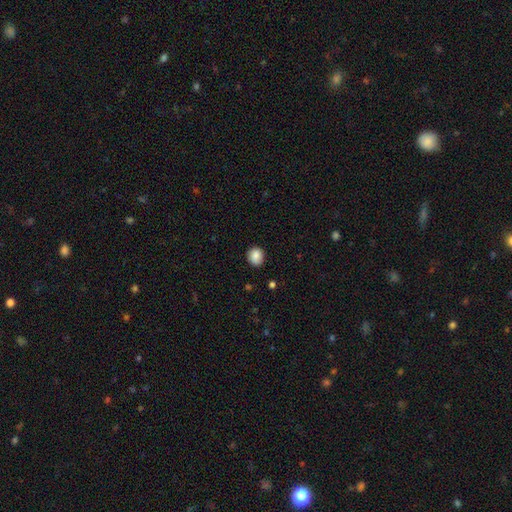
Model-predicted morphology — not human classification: smooth_or_featured: smooth (p=0.87) [alt: star or artifact p=0.09]
how_rounded: round (p=0.77) [alt: in between p=0.22]
merging: none (p=0.83) [alt: minor disturbance p=0.13]